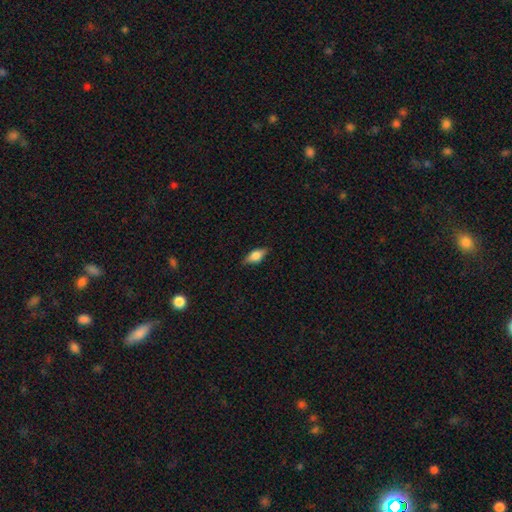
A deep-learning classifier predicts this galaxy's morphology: smooth_or_featured: smooth (p=0.67) [alt: featured or disk p=0.25]
how_rounded: in between (p=0.79) [alt: cigar-shaped p=0.16]
merging: none (p=0.84) [alt: minor disturbance p=0.13]